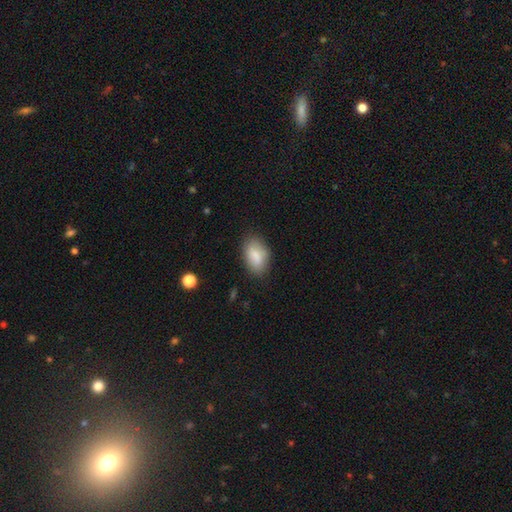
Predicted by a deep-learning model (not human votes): smooth 83%, featured or disk 10%, star or artifact 7%. Down the decision tree: how rounded — in between (91%); merging — none (77%).